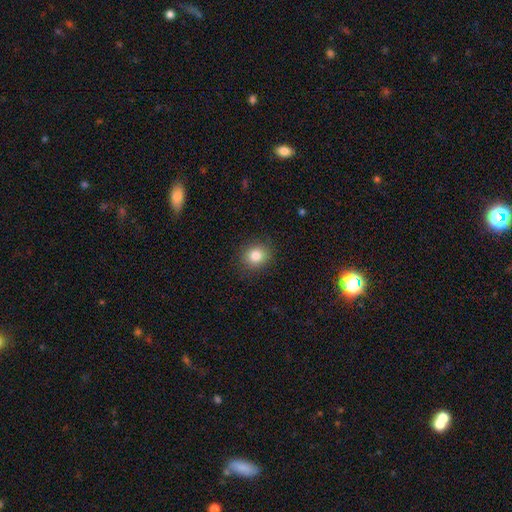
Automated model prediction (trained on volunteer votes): smooth_or_featured: smooth (p=0.83) [alt: star or artifact p=0.11]
how_rounded: round (p=0.75) [alt: in between p=0.25]
merging: none (p=0.89) [alt: minor disturbance p=0.08]